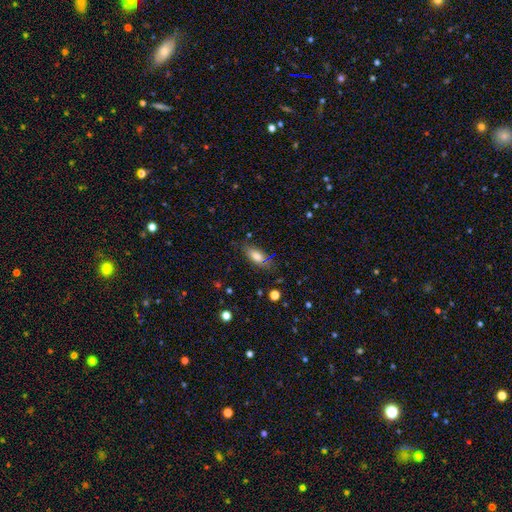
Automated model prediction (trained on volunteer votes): Smooth or featured: smooth — 74% (featured or disk — 16%)
How rounded: in between — 82% (cigar-shaped — 14%)
Merging: none — 73% (minor disturbance — 19%)